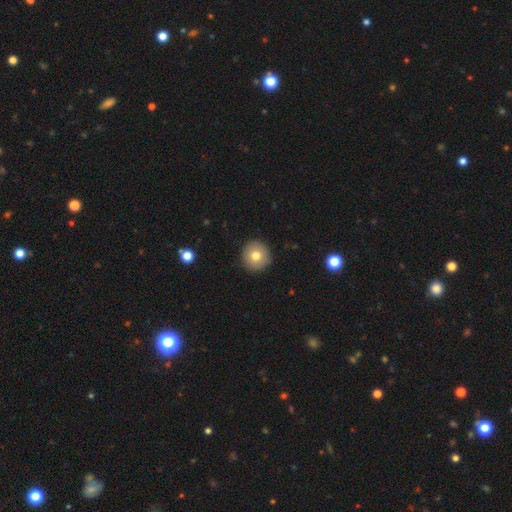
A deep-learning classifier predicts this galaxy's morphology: A smooth galaxy with no disk features (76%) that is round (95%).

Vote fractions:
- Smooth or featured? smooth: 76% / featured or disk: 15% / star or artifact: 9%
- How rounded? round: 95% / in between: 4% / cigar-shaped: 1%
- Merging? none: 91% / minor disturbance: 6% / major disturbance: 2% / merger: 1%